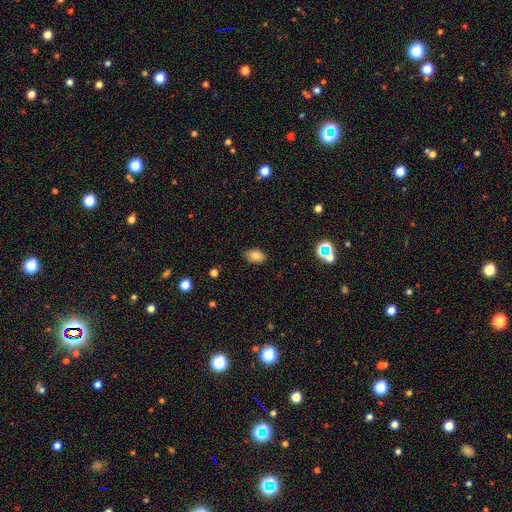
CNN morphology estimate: smooth 81%, star or artifact 11%, featured or disk 9%. Down the decision tree: how rounded — in between (87%); merging — none (86%).